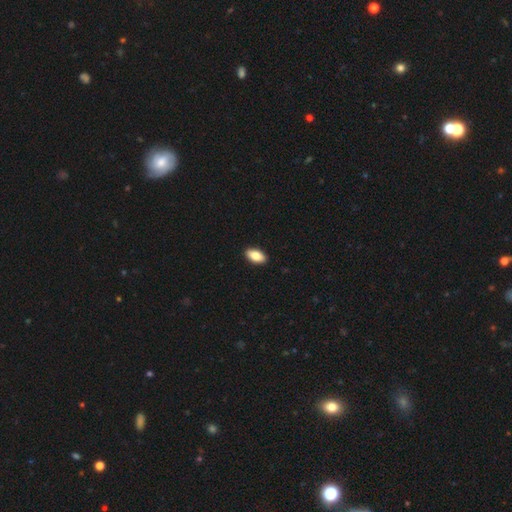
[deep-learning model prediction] smooth 84%, featured or disk 9%, star or artifact 7%. Down the decision tree: how rounded — in between (93%); merging — none (91%).